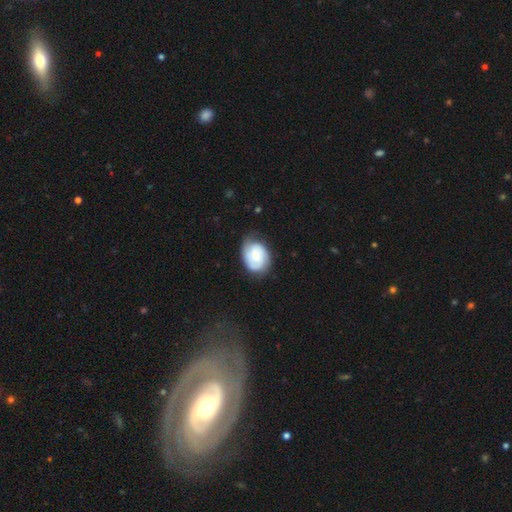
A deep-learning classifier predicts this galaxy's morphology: This is possibly a featured or disk galaxy (58%). It is clearly not viewed edge-on (97%). Bar: possibly weak (48%). Spiral arm pattern: clearly yes (86%). Central bulge: possibly moderate (48%). Merging: likely none (64%).